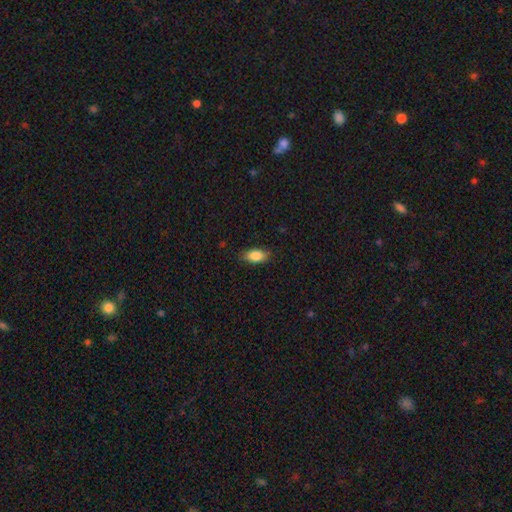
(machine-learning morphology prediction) Smooth or featured? Predicted: smooth (p=0.85). How rounded? Predicted: in between (p=0.87). Merging? Predicted: none (p=0.84).